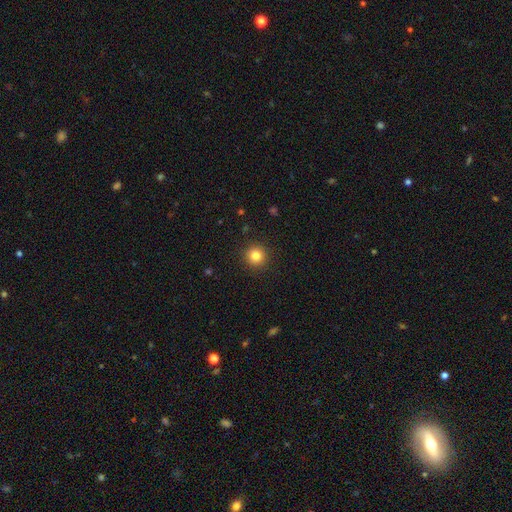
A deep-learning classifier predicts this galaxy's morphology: smooth 83%, star or artifact 12%, featured or disk 6%. Down the decision tree: how rounded — round (94%); merging — none (92%).